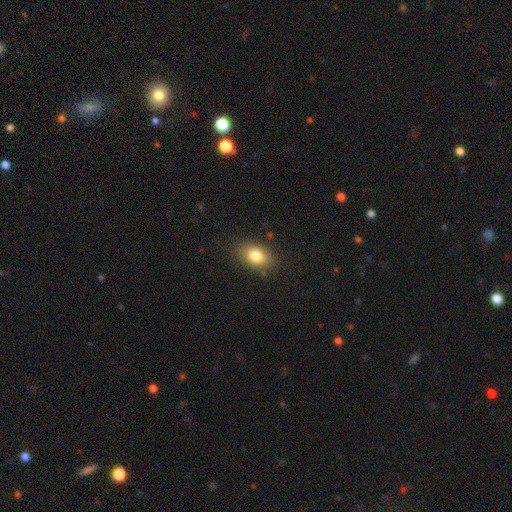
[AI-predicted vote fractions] A smooth galaxy with no disk features (81%) that is in between round and cigar-shaped (80%).

Vote fractions:
- Smooth or featured? smooth: 81% / star or artifact: 10% / featured or disk: 10%
- How rounded? in between: 80% / round: 18% / cigar-shaped: 2%
- Merging? none: 83% / minor disturbance: 12% / major disturbance: 3% / merger: 1%